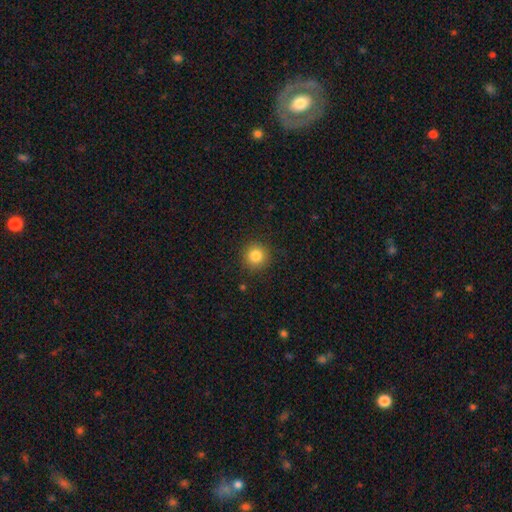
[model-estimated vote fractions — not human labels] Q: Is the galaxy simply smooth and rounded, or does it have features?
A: smooth — 83%.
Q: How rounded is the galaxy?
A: round — 94%.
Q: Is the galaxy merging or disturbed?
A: none — 90%.